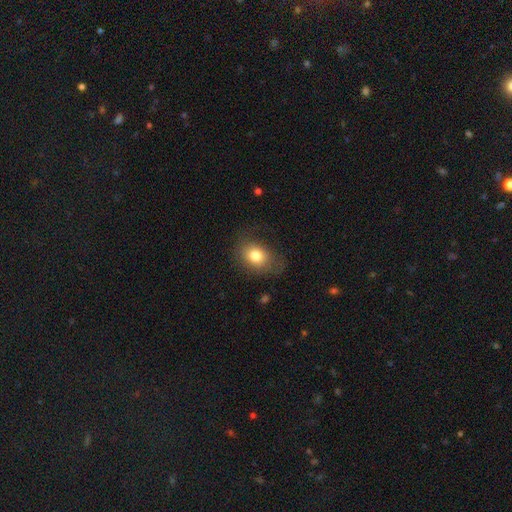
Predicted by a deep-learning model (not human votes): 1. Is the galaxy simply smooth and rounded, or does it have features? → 79% smooth, 12% featured or disk, 9% star or artifact.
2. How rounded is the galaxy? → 61% in between, 37% round, 1% cigar-shaped.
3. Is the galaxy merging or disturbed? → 63% none, 23% minor disturbance, 12% major disturbance, 1% merger.